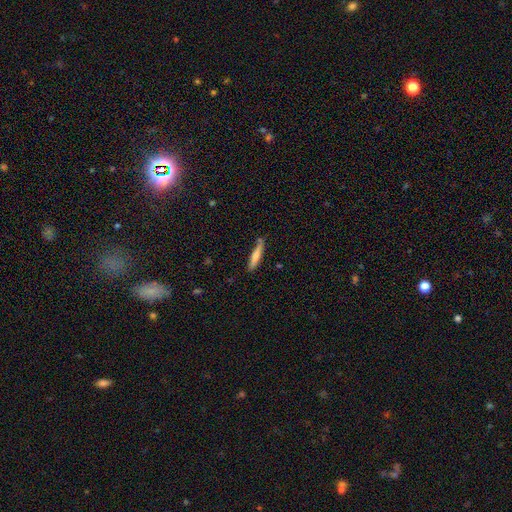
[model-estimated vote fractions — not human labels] This is likely a smooth galaxy (68%). How rounded: clearly cigar-shaped (90%). Merging: likely none (74%).